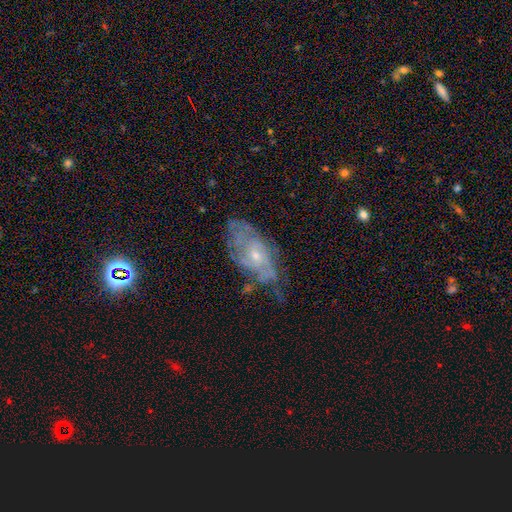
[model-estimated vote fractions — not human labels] Smooth or featured? featured or disk (71%)
Edge-on disk? no (92%)
Bar? no (76%)
Spiral arms? yes (76%)
Bulge size? small (66%)
Merging? none (58%)